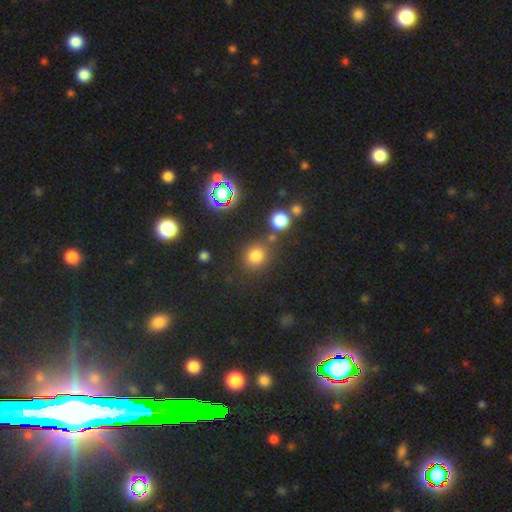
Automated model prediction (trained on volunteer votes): Smooth or featured? Predicted: smooth (p=0.73). How rounded? Predicted: round (p=0.82). Merging? Predicted: none (p=0.75).